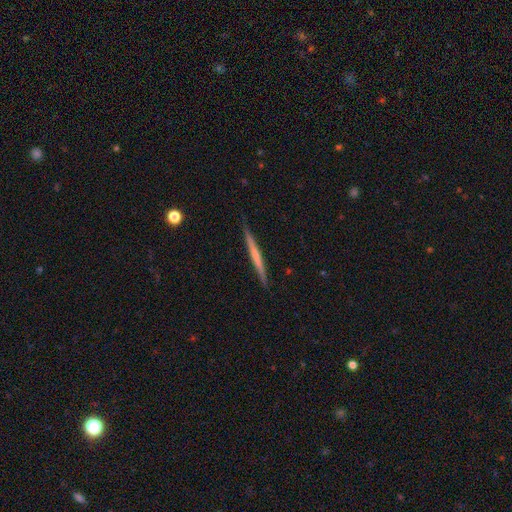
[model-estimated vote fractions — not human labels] featured or disk 52%, smooth 43%, star or artifact 5%. Down the decision tree: edge-on disk — yes (98%); edge-on bulge — none (82%); merging — none (90%).